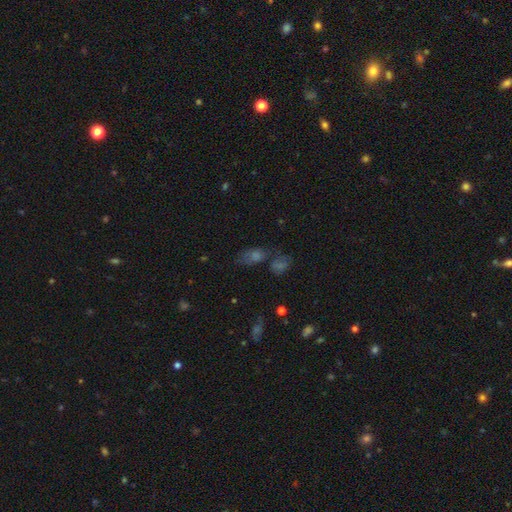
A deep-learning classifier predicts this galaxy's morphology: This appears to be a smooth galaxy with no disk features (45%). Merging: none (46%).